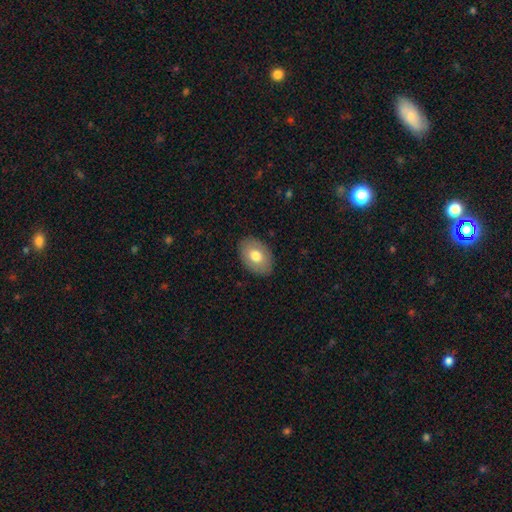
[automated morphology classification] smooth-or-featured: smooth: 72% | featured or disk: 22% | star or artifact: 7%
  how-rounded: in between: 83% | round: 16% | cigar-shaped: 1%
  merging: none: 87% | minor disturbance: 9% | major disturbance: 2% | merger: 1%